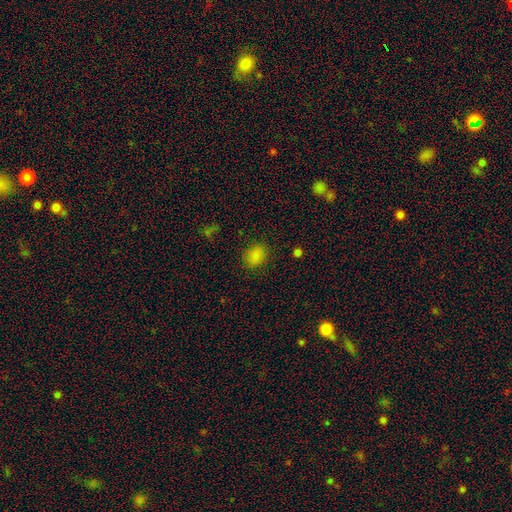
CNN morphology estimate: type=smooth (82%); roundness=in between (67%); merging=none (85%).